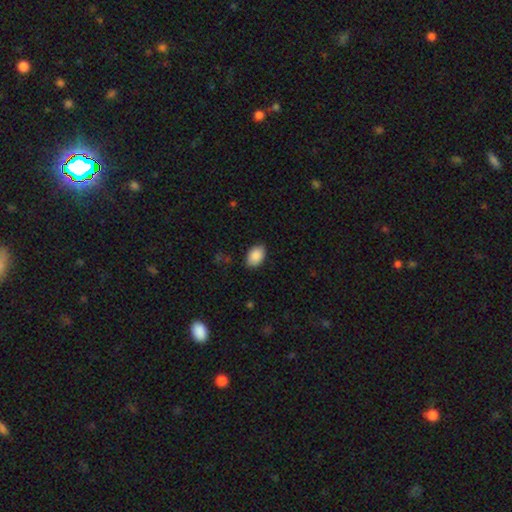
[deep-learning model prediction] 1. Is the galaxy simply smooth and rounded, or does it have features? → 89% smooth, 7% star or artifact, 4% featured or disk.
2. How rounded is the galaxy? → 88% in between, 11% round, 1% cigar-shaped.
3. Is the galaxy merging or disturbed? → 87% none, 10% minor disturbance, 2% major disturbance, 1% merger.